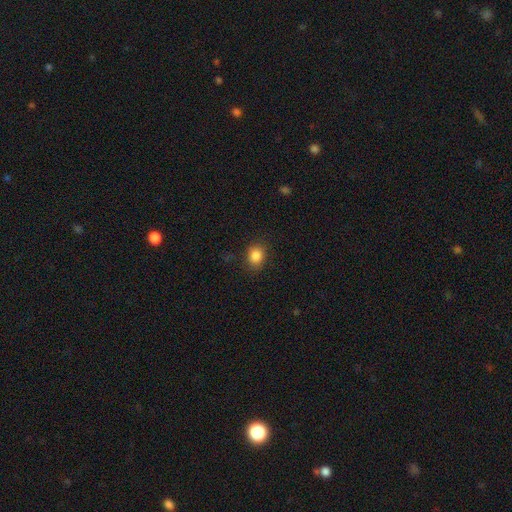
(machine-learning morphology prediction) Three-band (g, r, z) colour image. It shows a smooth galaxy with no disk features (85%) that is round (56%). Merging: none (84%).